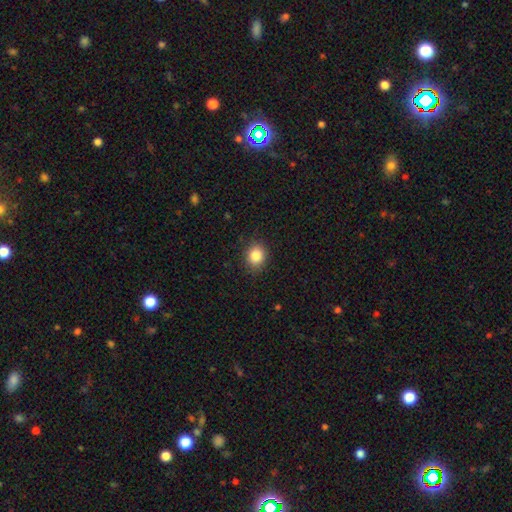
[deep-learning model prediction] smooth-or-featured: smooth: 85% | star or artifact: 10% | featured or disk: 5%
  how-rounded: round: 67% | in between: 32% | cigar-shaped: 1%
  merging: none: 87% | minor disturbance: 10% | major disturbance: 3% | merger: 1%